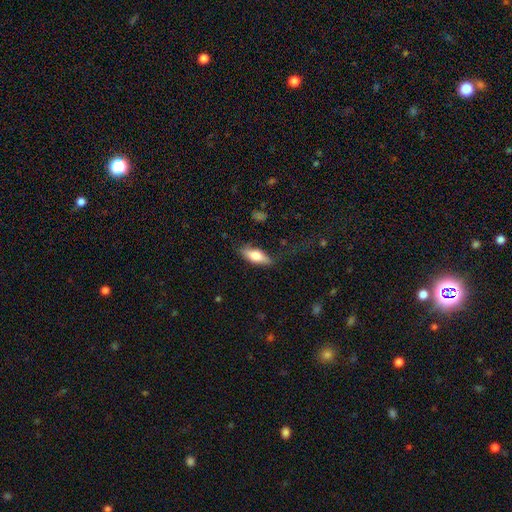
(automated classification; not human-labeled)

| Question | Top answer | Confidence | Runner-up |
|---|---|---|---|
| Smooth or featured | smooth | 70% | featured or disk (24%) |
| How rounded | in between | 69% | cigar-shaped (28%) |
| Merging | none | 70% | minor disturbance (21%) |